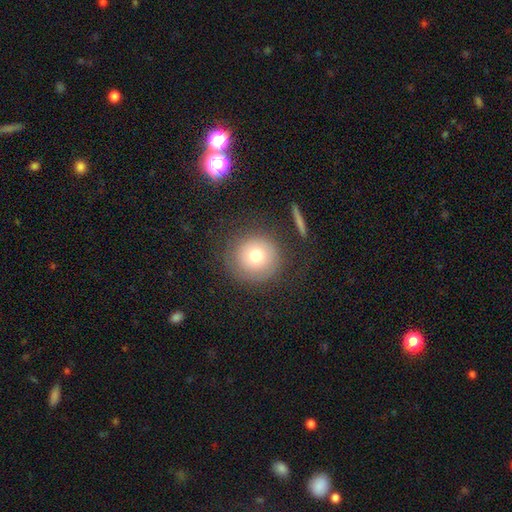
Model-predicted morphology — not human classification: The model was most divided on "smooth or featured": smooth: 71%, featured or disk: 19%, star or artifact: 10%. More confident: how rounded — round (93%); merging — none (78%).